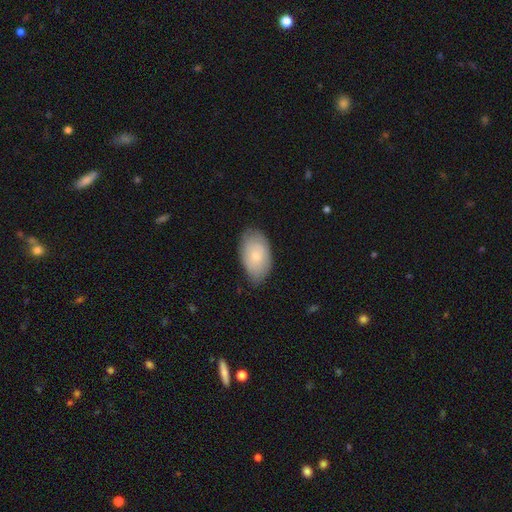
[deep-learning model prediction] The model was most divided on "smooth or featured": smooth: 64%, featured or disk: 30%, star or artifact: 6%. More confident: how rounded — in between (93%); merging — none (72%).